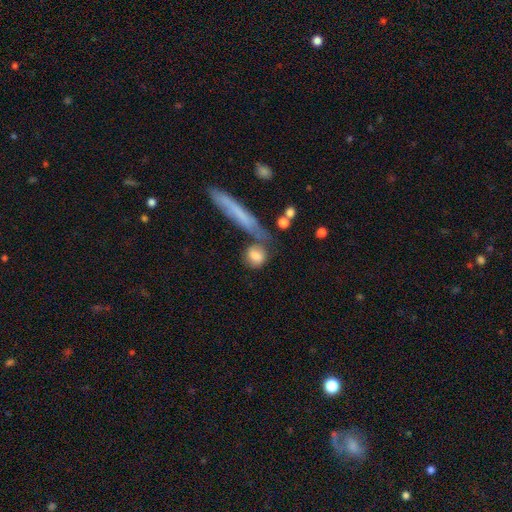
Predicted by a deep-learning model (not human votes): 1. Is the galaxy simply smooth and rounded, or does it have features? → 76% smooth, 16% featured or disk, 7% star or artifact.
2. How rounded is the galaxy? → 54% round, 31% in between, 15% cigar-shaped.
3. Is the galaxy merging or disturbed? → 52% none, 19% merger, 19% minor disturbance, 9% major disturbance.